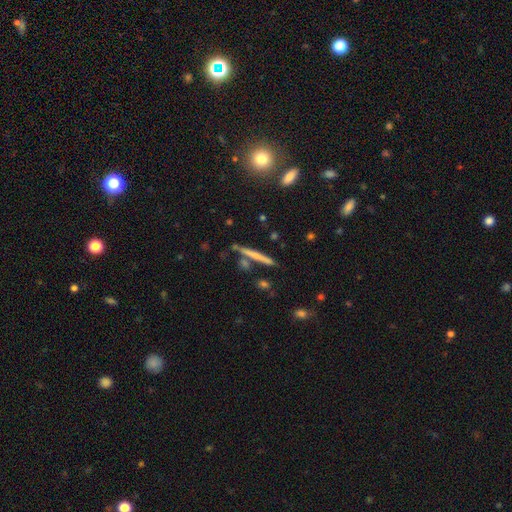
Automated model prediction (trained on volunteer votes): A smooth galaxy with no disk features (54%) that is cigar-shaped (95%).

Vote fractions:
- Smooth or featured? smooth: 54% / featured or disk: 38% / star or artifact: 7%
- How rounded? cigar-shaped: 95% / in between: 3% / round: 2%
- Merging? none: 80% / minor disturbance: 9% / merger: 8% / major disturbance: 2%